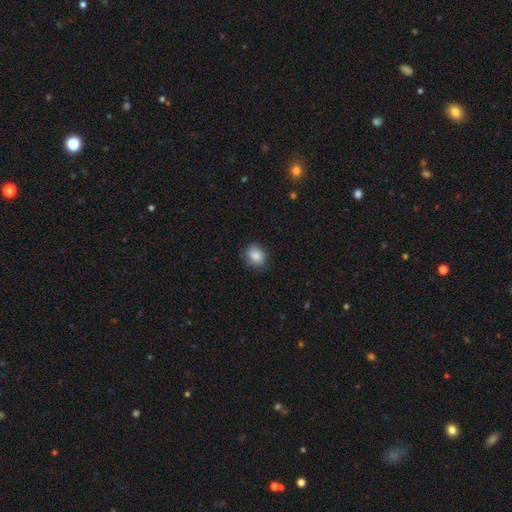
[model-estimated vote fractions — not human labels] Smooth or featured?
  - smooth: 87% *
  - star or artifact: 8%
  - featured or disk: 5%
How rounded?
  - round: 52% *
  - in between: 47%
  - cigar-shaped: 1%
Merging?
  - none: 80% *
  - minor disturbance: 16%
  - major disturbance: 3%
  - merger: 1%